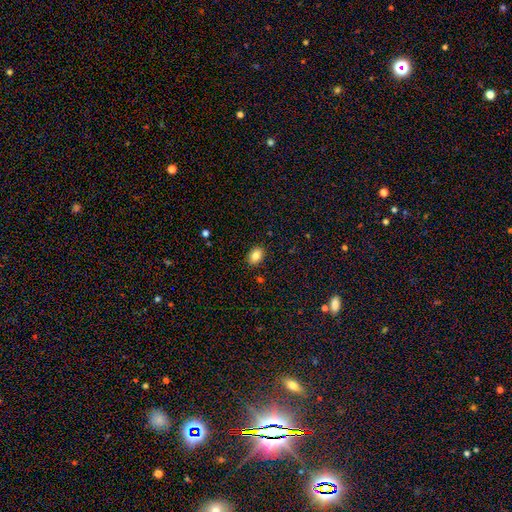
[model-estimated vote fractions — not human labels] Overall: smooth (84%). How rounded: in between (77%). Merging: none (88%).